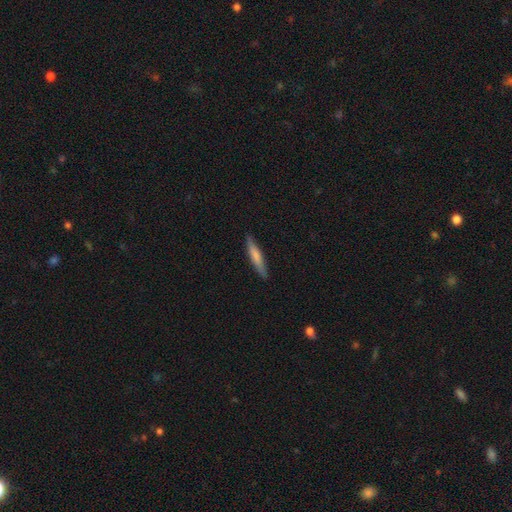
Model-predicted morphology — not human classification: The model was most divided on "smooth or featured": smooth: 68%, featured or disk: 27%, star or artifact: 5%. More confident: how rounded — cigar-shaped (91%); merging — none (87%).